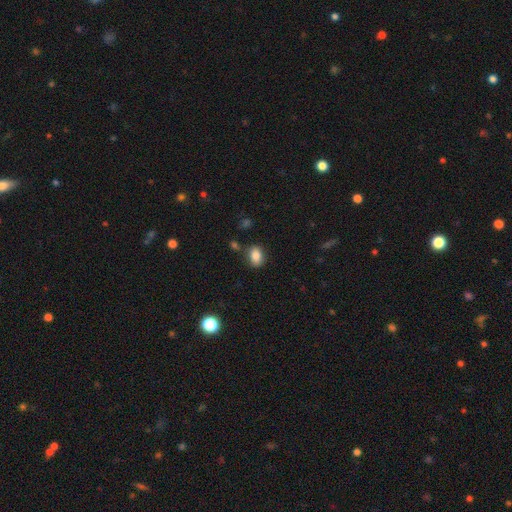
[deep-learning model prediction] Morphology: type=smooth (83%); roundness=in between (78%); merging=none (79%).